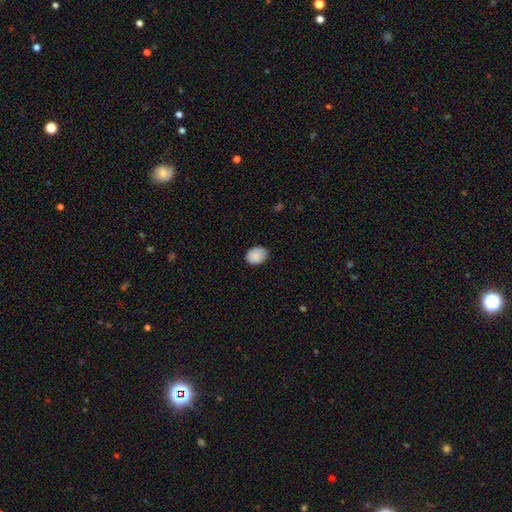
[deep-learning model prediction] This appears to be a smooth galaxy with no disk features (89%) that is in between round and cigar-shaped (59%). Merging: none (82%).